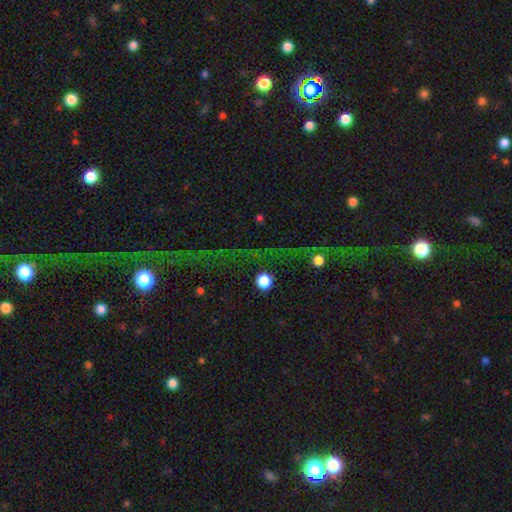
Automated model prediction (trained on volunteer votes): A star or artifact, not a galaxy (75%).